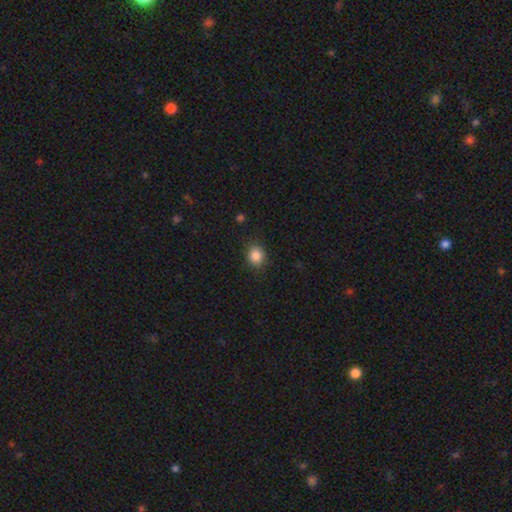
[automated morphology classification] A smooth galaxy with no disk features (85%) that is round (71%).

Vote fractions:
- Smooth or featured? smooth: 85% / star or artifact: 10% / featured or disk: 4%
- How rounded? round: 71% / in between: 28% / cigar-shaped: 1%
- Merging? none: 85% / minor disturbance: 11% / major disturbance: 3% / merger: 1%